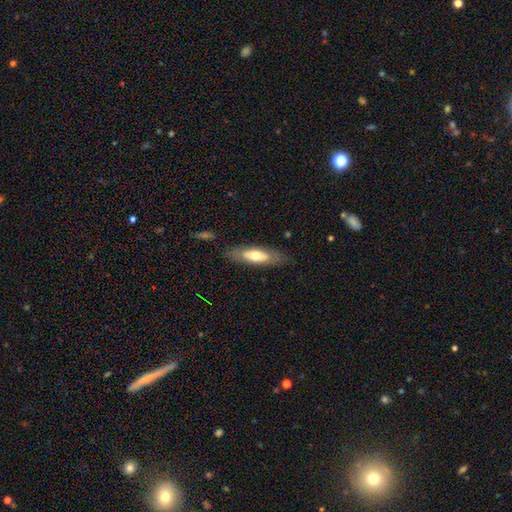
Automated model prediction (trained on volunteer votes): A smooth galaxy with no disk features (55%) that is in between round and cigar-shaped (55%).

Vote fractions:
- Smooth or featured? smooth: 55% / featured or disk: 40% / star or artifact: 6%
- How rounded? in between: 55% / cigar-shaped: 43% / round: 2%
- Merging? none: 80% / minor disturbance: 14% / major disturbance: 4% / merger: 2%